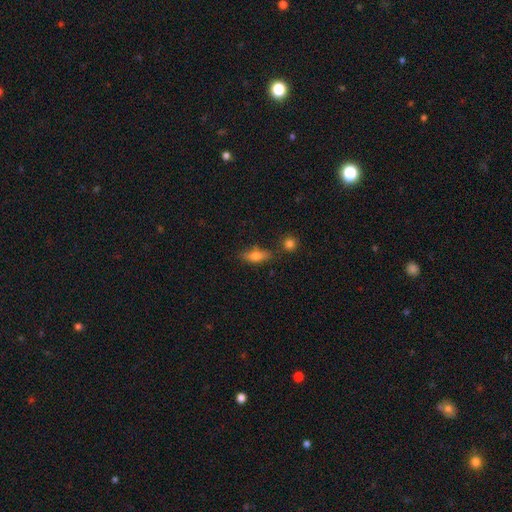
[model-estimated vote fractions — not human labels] Smooth or featured?
  - smooth: 70% *
  - featured or disk: 21%
  - star or artifact: 8%
How rounded?
  - in between: 72% *
  - cigar-shaped: 23%
  - round: 6%
Merging?
  - none: 72% *
  - minor disturbance: 16%
  - merger: 8%
  - major disturbance: 4%